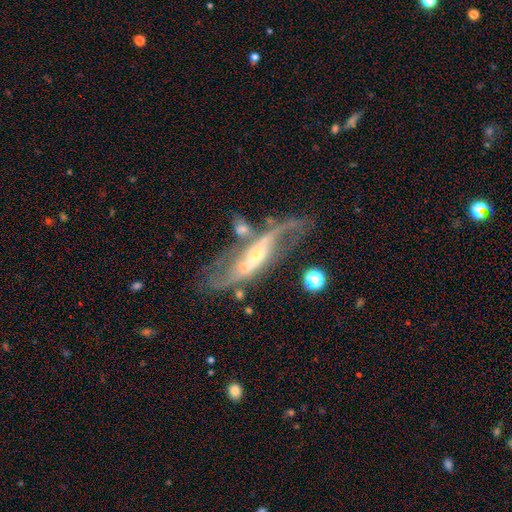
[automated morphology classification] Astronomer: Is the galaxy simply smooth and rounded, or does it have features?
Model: featured or disk — 84%.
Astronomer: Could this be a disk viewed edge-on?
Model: no — 83%.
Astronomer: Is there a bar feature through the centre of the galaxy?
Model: no — 39% (runner-up: strong, 31%).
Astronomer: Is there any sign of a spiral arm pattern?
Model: yes — 89%.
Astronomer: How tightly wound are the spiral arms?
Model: loose — 53% (runner-up: medium, 33%).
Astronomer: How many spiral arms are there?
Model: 2 — 79%.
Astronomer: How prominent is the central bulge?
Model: small — 67%.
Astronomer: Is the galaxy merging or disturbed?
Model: none — 47%.